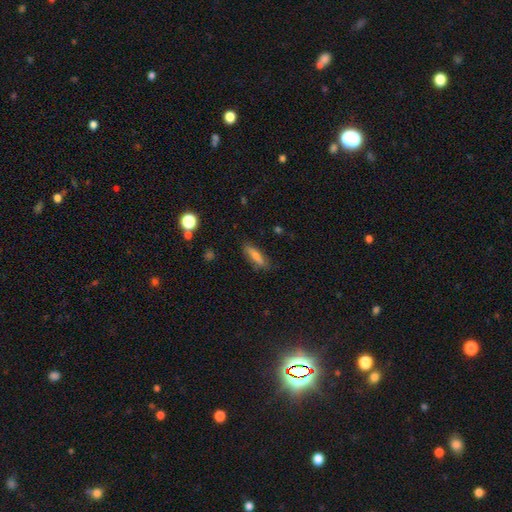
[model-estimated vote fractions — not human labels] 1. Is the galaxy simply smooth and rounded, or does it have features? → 71% smooth, 19% featured or disk, 10% star or artifact.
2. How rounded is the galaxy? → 62% cigar-shaped, 35% in between, 3% round.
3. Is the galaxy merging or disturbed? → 80% none, 15% minor disturbance, 3% major disturbance, 2% merger.